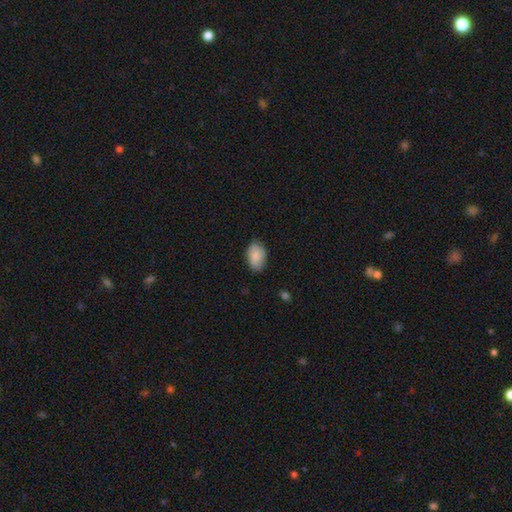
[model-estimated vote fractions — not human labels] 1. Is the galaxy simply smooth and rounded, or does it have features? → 87% smooth, 7% featured or disk, 6% star or artifact.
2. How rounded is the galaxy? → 90% in between, 9% round, 1% cigar-shaped.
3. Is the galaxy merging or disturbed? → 80% none, 16% minor disturbance, 3% major disturbance, 1% merger.